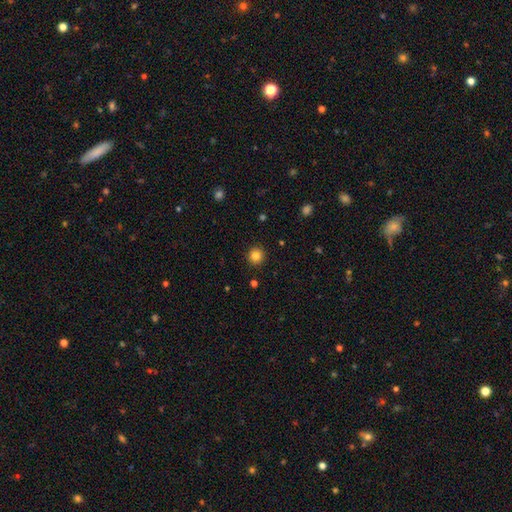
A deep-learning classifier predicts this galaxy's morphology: The model was most divided on "smooth or featured": smooth: 83%, star or artifact: 11%, featured or disk: 5%. More confident: how rounded — round (94%); merging — none (92%).